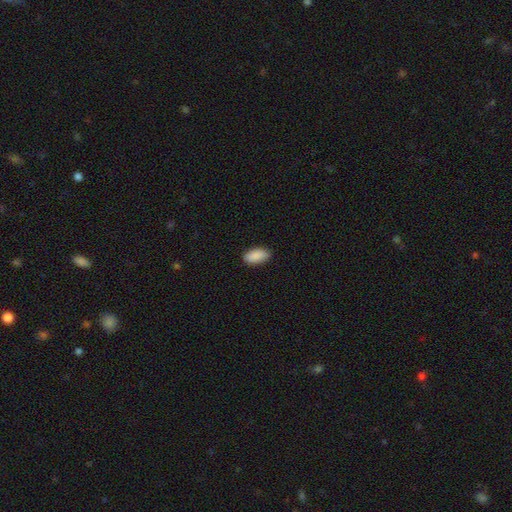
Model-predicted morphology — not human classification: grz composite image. It shows a smooth galaxy with no disk features (90%) that is in between round and cigar-shaped (93%). Merging: none (87%).